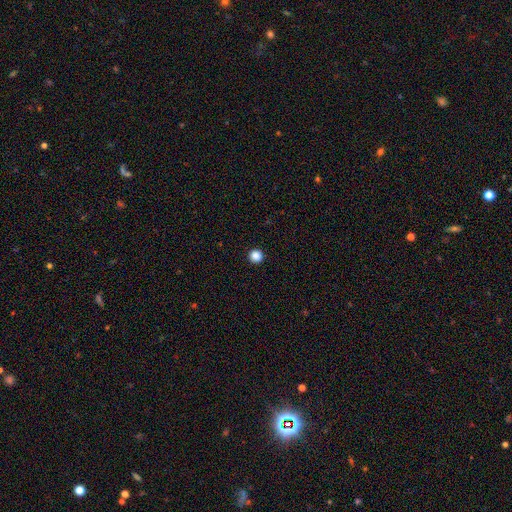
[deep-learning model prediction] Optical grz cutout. It shows a smooth galaxy with no disk features (87%) that is round (96%). Merging: none (94%).